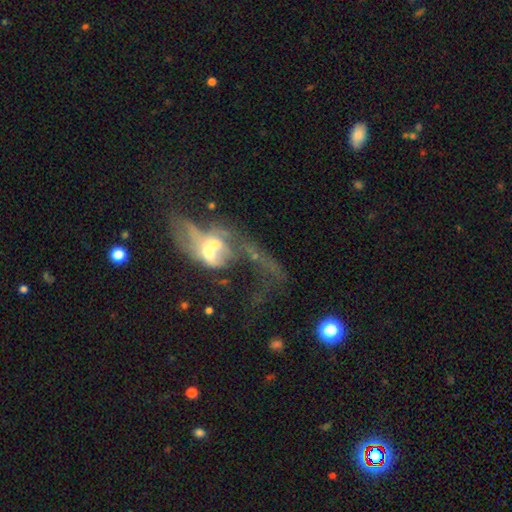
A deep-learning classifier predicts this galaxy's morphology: type=featured or disk (67%); edge-on=no (92%); bar=no (68%); spiral arms=yes (52%); bulge=moderate (55%); merging=merger (45%).